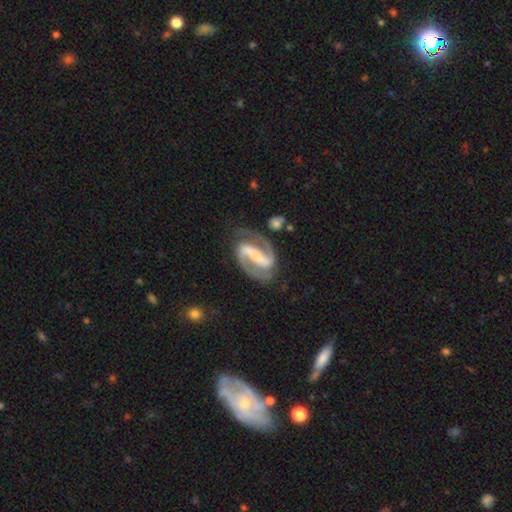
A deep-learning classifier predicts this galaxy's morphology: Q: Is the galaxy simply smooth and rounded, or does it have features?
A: featured or disk — 92%.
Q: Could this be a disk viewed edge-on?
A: no — 97%.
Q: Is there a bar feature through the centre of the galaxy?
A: strong — 78%.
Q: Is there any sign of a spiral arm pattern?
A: yes — 97%.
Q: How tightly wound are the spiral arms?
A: medium — 53%.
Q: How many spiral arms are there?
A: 2 — 94%.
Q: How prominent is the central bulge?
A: small — 50%.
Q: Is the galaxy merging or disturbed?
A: none — 80%.